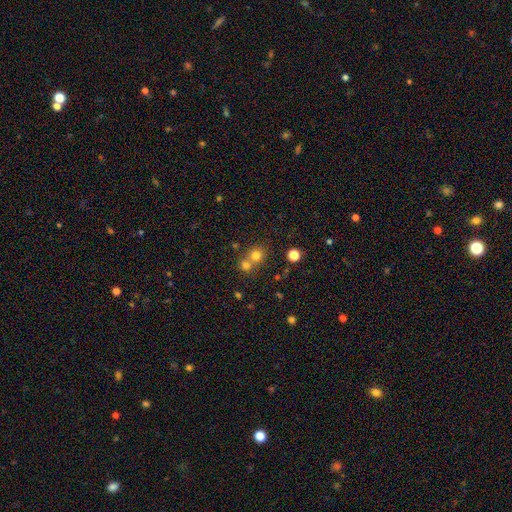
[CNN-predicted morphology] smooth 74%, star or artifact 16%, featured or disk 9%. Down the decision tree: how rounded — round (85%); merging — none (47%).